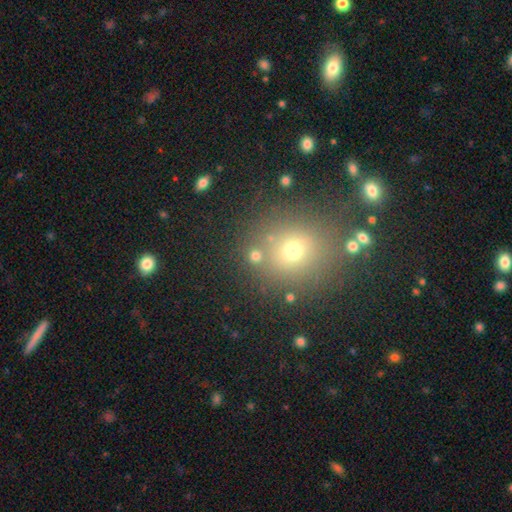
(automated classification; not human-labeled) Smooth or featured? smooth (68%)
How rounded? round (88%)
Merging? none (77%)